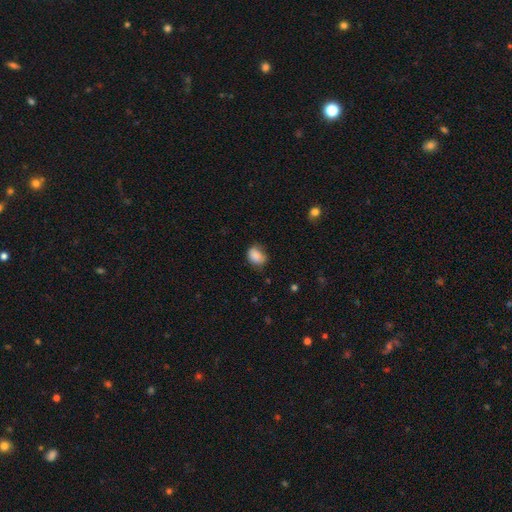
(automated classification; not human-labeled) Smooth or featured?
  - smooth: 87% *
  - star or artifact: 9%
  - featured or disk: 5%
How rounded?
  - in between: 65% *
  - round: 34%
  - cigar-shaped: 1%
Merging?
  - none: 63% *
  - minor disturbance: 29%
  - major disturbance: 7%
  - merger: 2%